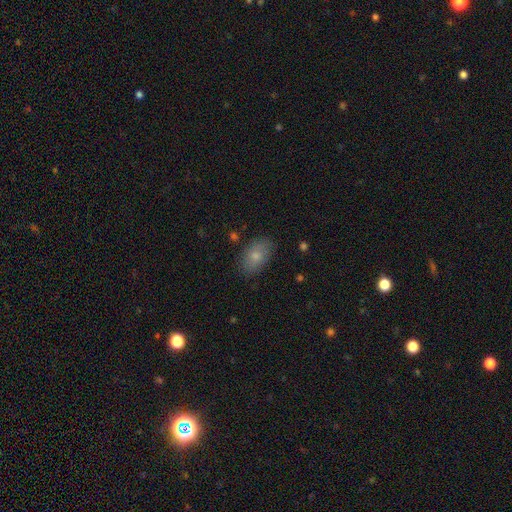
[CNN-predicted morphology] Smooth or featured?
  - smooth: 79% *
  - featured or disk: 13%
  - star or artifact: 8%
How rounded?
  - in between: 91% *
  - round: 8%
  - cigar-shaped: 2%
Merging?
  - none: 82% *
  - minor disturbance: 13%
  - major disturbance: 3%
  - merger: 1%